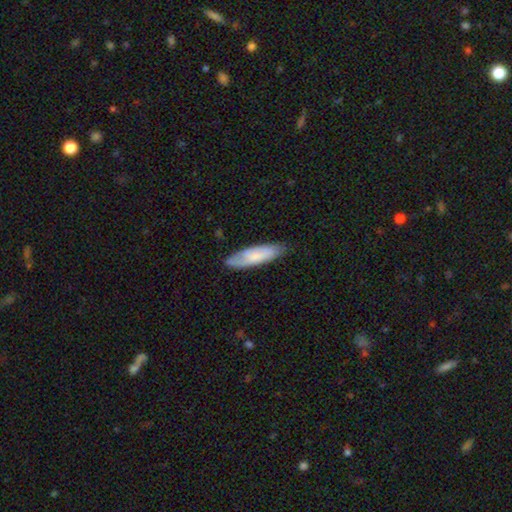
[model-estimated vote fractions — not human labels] smooth-or-featured: smooth: 67% | featured or disk: 27% | star or artifact: 6%
  how-rounded: cigar-shaped: 57% | in between: 42% | round: 1%
  merging: none: 78% | minor disturbance: 18% | major disturbance: 3% | merger: 1%